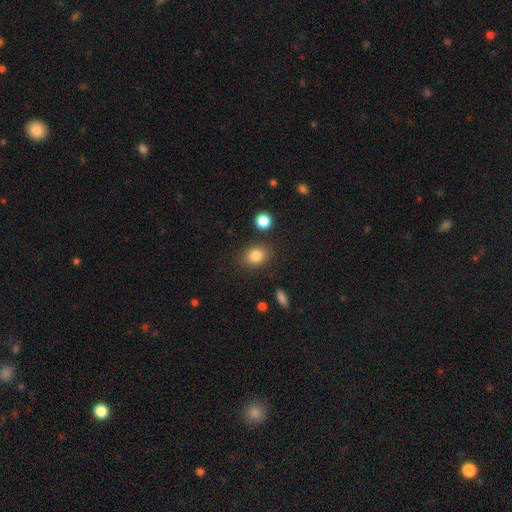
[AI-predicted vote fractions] Smooth or featured? Predicted: smooth (p=0.83). How rounded? Predicted: round (p=0.50). Merging? Predicted: none (p=0.84).